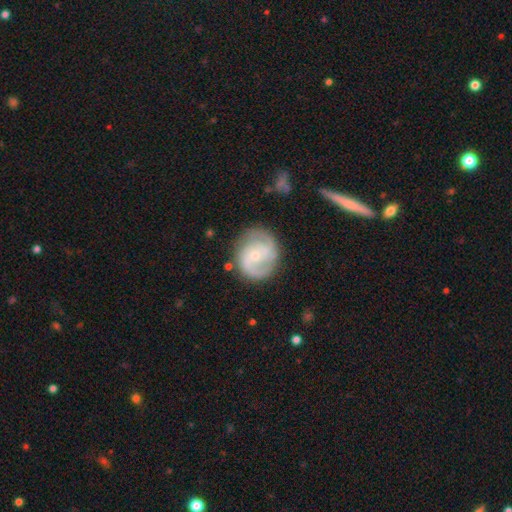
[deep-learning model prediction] featured or disk 79%, smooth 15%, star or artifact 6%. Down the decision tree: edge-on disk — no (98%); bar — no (60%); spiral arms — yes (95%); spiral arm count — 2 (71%); spiral winding — medium (48%); bulge size — small (72%); merging — none (77%).